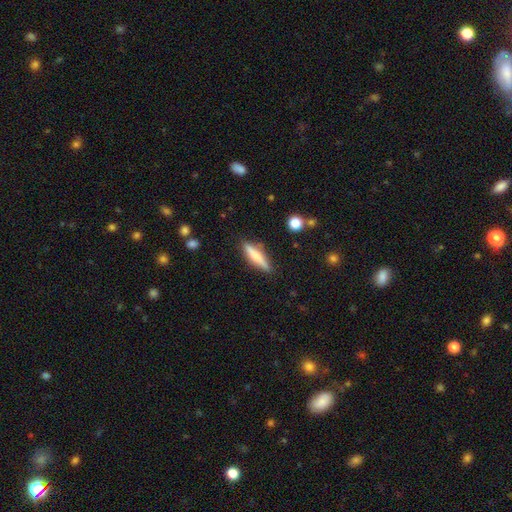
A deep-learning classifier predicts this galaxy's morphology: The model was most divided on "smooth or featured": smooth: 58%, featured or disk: 35%, star or artifact: 7%. More confident: merging — none (84%); how rounded — cigar-shaped (81%).